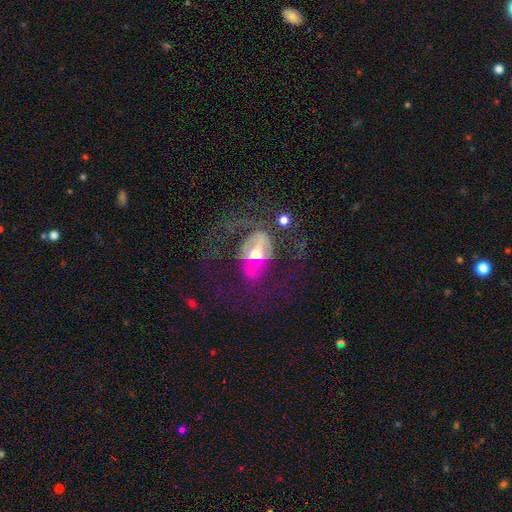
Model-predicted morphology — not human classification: Smooth or featured? Predicted: featured or disk (p=0.67). Edge-on disk? Predicted: no (p=0.88). Bar? Predicted: strong (p=0.42). Spiral arms? Predicted: no (p=0.54). Bulge size? Predicted: moderate (p=0.72). Merging? Predicted: none (p=0.43).